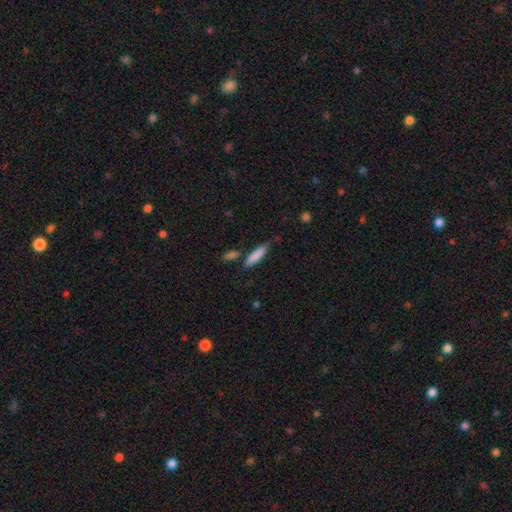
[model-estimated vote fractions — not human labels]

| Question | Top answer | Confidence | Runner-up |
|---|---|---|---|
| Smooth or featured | smooth | 84% | featured or disk (10%) |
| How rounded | cigar-shaped | 75% | in between (23%) |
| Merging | none | 75% | minor disturbance (14%) |